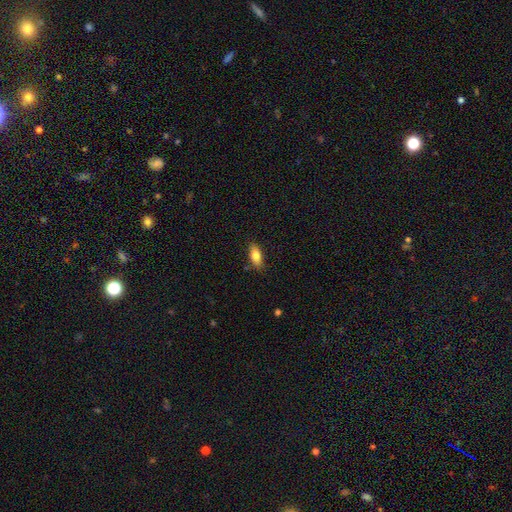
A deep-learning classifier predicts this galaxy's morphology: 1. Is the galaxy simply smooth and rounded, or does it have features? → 78% smooth, 15% featured or disk, 7% star or artifact.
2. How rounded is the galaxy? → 80% in between, 17% cigar-shaped, 3% round.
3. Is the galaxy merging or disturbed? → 84% none, 12% minor disturbance, 2% major disturbance, 2% merger.